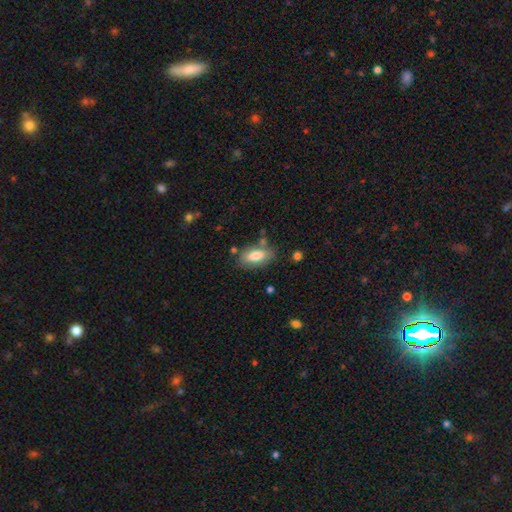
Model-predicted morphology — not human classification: Overall: smooth (78%). How rounded: in between (88%). Merging: none (71%).